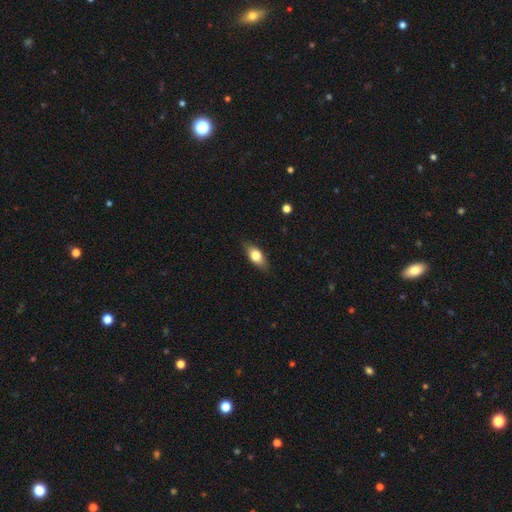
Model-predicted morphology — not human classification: Overall: smooth (71%). How rounded: in between (80%). Merging: none (84%).